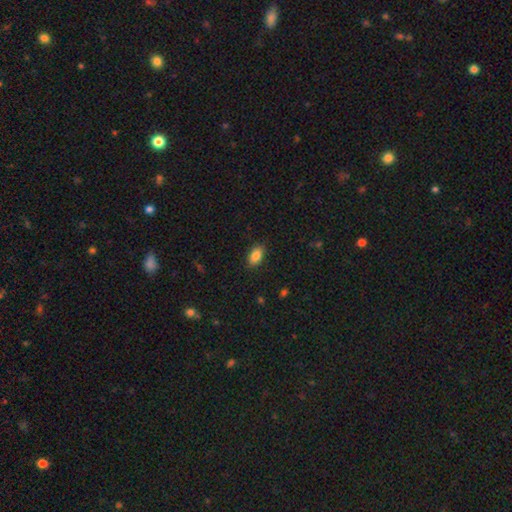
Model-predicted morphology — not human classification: Smooth or featured? smooth (87%)
How rounded? in between (91%)
Merging? none (87%)